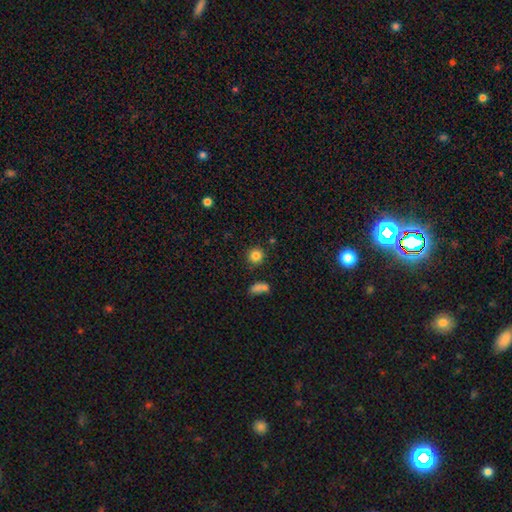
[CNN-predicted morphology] Smooth or featured? Predicted: smooth (p=0.83). How rounded? Predicted: round (p=0.90). Merging? Predicted: none (p=0.85).